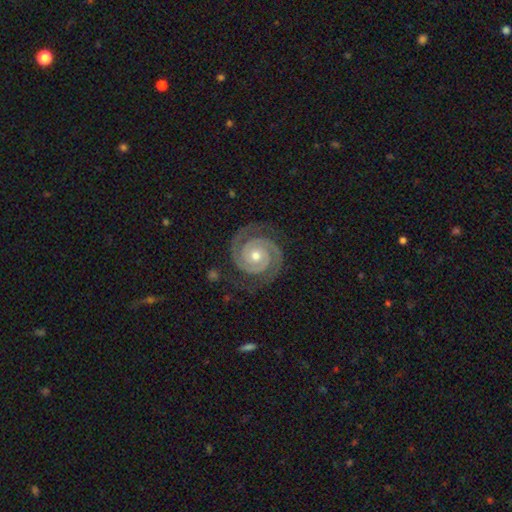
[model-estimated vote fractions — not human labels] Smooth or featured? featured or disk (93%)
Edge-on disk? no (98%)
Bar? no (74%)
Spiral arms? yes (99%)
Spiral winding? tight (81%)
Spiral arm count? 2 (93%)
Bulge size? moderate (64%)
Merging? none (84%)